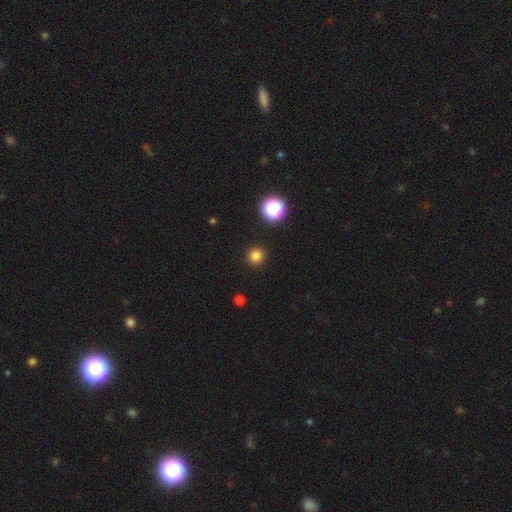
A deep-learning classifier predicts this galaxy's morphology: Q: Smooth or featured?
A: smooth (81%); runner-up: star or artifact (15%)
Q: How rounded?
A: round (95%); runner-up: in between (4%)
Q: Merging?
A: none (92%); runner-up: minor disturbance (5%)